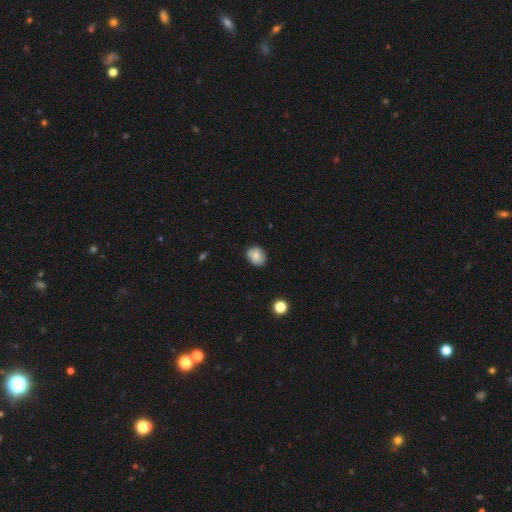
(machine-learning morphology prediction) smooth-or-featured: smooth: 77% | featured or disk: 14% | star or artifact: 9%
  how-rounded: round: 53% | in between: 46% | cigar-shaped: 1%
  merging: none: 79% | minor disturbance: 17% | major disturbance: 3% | merger: 2%